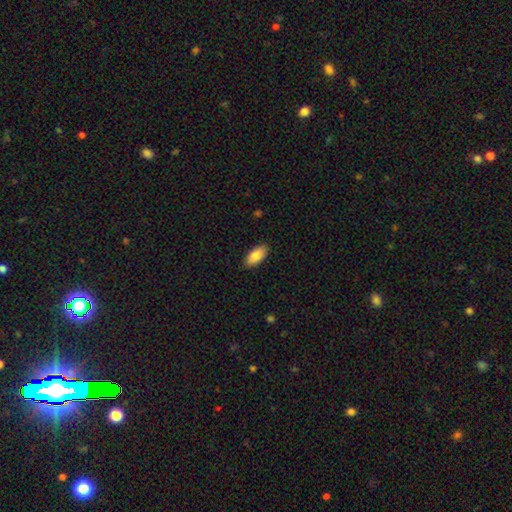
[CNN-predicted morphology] smooth 87%, featured or disk 7%, star or artifact 6%. Down the decision tree: how rounded — in between (92%); merging — none (88%).